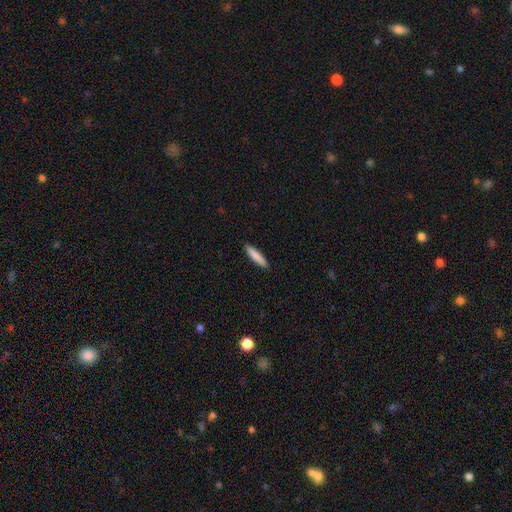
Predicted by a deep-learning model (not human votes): This is clearly a smooth galaxy (86%). How rounded: clearly cigar-shaped (86%). Merging: clearly none (91%).